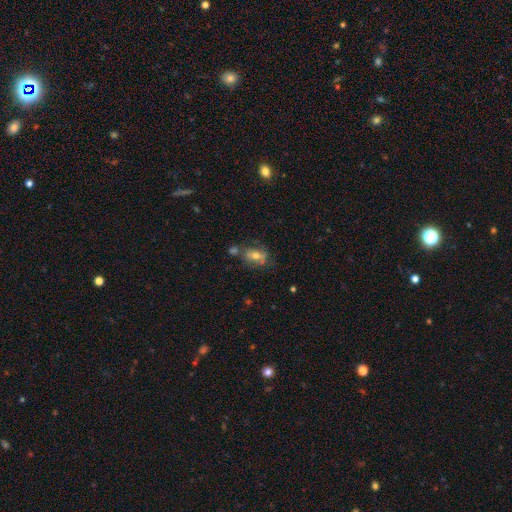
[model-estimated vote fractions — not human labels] Smooth or featured? Predicted: smooth (p=0.58). How rounded? Predicted: in between (p=0.67). Merging? Predicted: none (p=0.55).